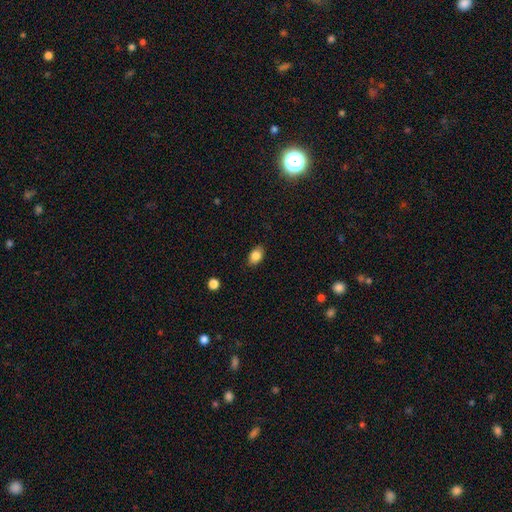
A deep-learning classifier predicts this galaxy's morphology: Smooth or featured? Predicted: smooth (p=0.85). How rounded? Predicted: in between (p=0.84). Merging? Predicted: none (p=0.86).